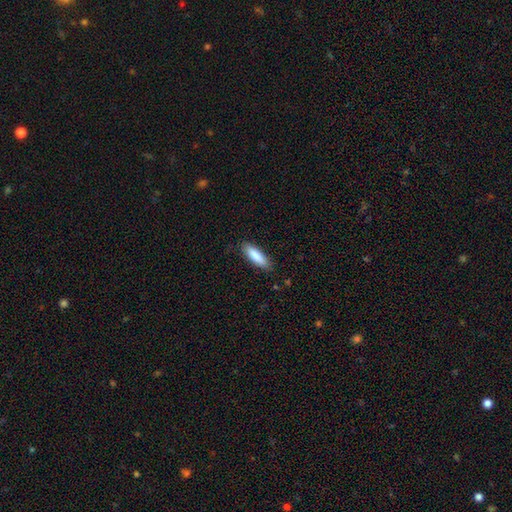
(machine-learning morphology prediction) A smooth galaxy with no disk features (87%) that is cigar-shaped (50%). Merging: none (85%).